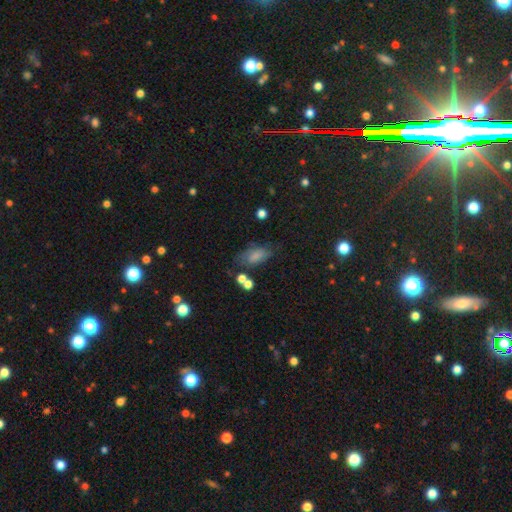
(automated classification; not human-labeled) smooth-or-featured: smooth: 72% | featured or disk: 17% | star or artifact: 11%
  how-rounded: in between: 87% | cigar-shaped: 7% | round: 6%
  merging: none: 52% | minor disturbance: 26% | major disturbance: 14% | merger: 8%